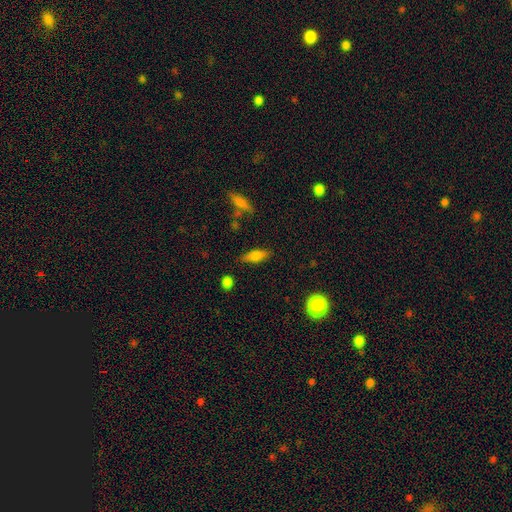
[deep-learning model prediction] This is likely a smooth galaxy (67%). How rounded: likely in between (61%). Merging: likely none (80%).